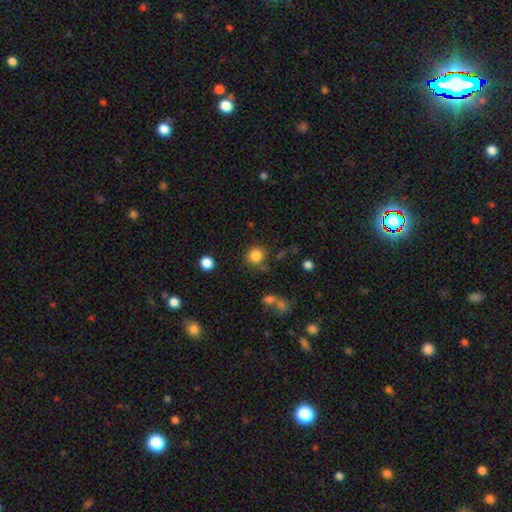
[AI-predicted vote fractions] A smooth galaxy with no disk features (84%) that is round (88%).

Vote fractions:
- Smooth or featured? smooth: 84% / star or artifact: 11% / featured or disk: 5%
- How rounded? round: 88% / in between: 11% / cigar-shaped: 1%
- Merging? none: 78% / minor disturbance: 12% / merger: 6% / major disturbance: 4%